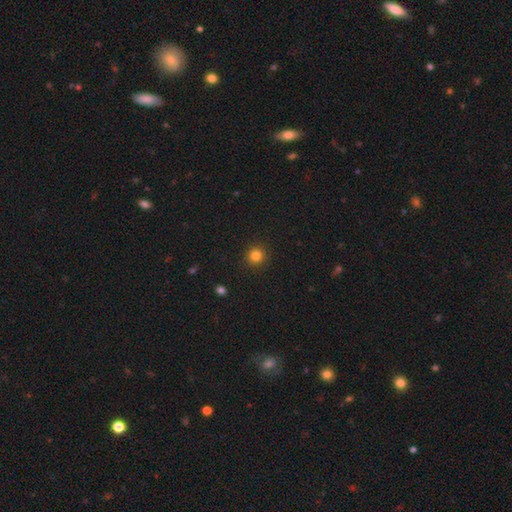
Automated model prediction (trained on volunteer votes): smooth-or-featured: smooth: 82% | star or artifact: 13% | featured or disk: 5%
  how-rounded: round: 94% | in between: 5% | cigar-shaped: 1%
  merging: none: 92% | minor disturbance: 5% | major disturbance: 2% | merger: 1%